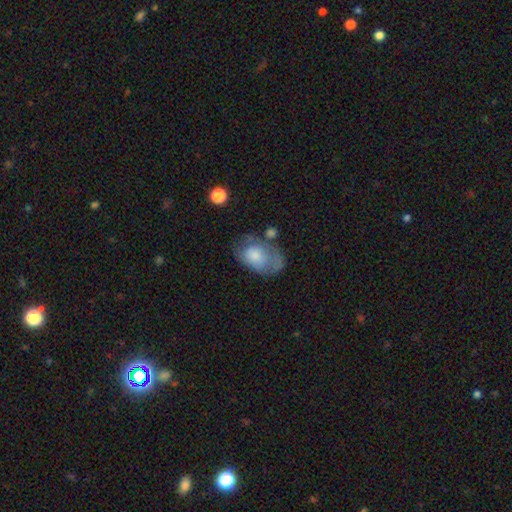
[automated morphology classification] A smooth galaxy with no disk features (62%) that is in between round and cigar-shaped (85%).

Vote fractions:
- Smooth or featured? smooth: 62% / featured or disk: 31% / star or artifact: 7%
- How rounded? in between: 85% / round: 14% / cigar-shaped: 1%
- Merging? none: 36% / minor disturbance: 30% / major disturbance: 26% / merger: 8%